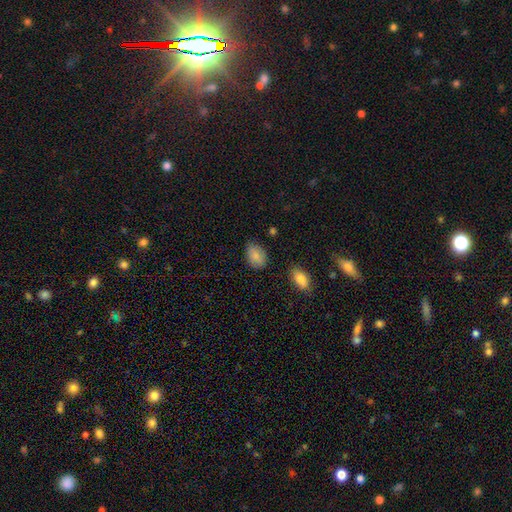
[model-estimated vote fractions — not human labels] This is clearly a smooth galaxy (84%). How rounded: clearly in between (81%). Merging: likely none (72%).